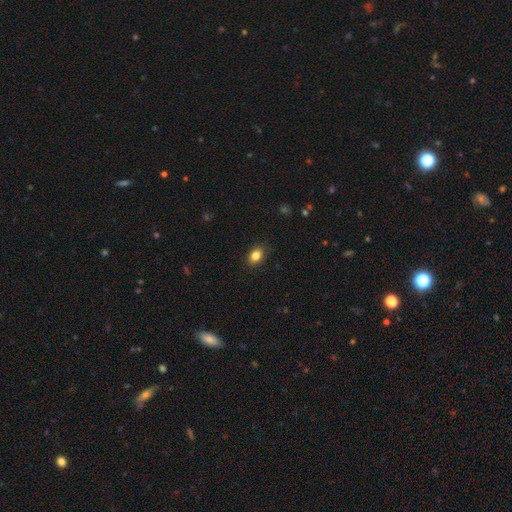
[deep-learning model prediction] Smooth or featured?
  - smooth: 84% *
  - star or artifact: 10%
  - featured or disk: 6%
How rounded?
  - in between: 76% *
  - round: 22%
  - cigar-shaped: 1%
Merging?
  - none: 88% *
  - minor disturbance: 9%
  - major disturbance: 2%
  - merger: 1%